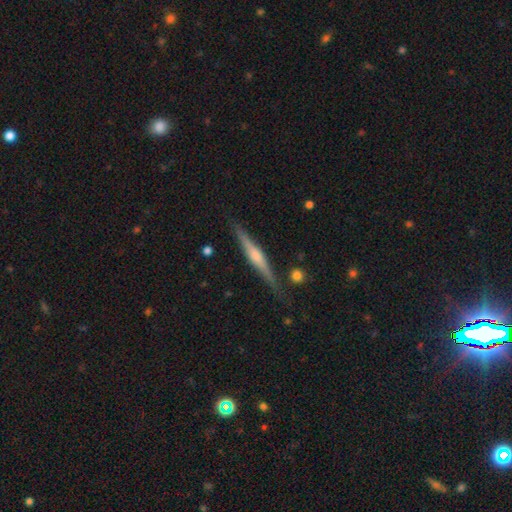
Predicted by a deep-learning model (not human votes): A featured or disk galaxy (70%) viewed edge-on (98%) with a rounded central bulge (72%).

Vote fractions:
- Smooth or featured? featured or disk: 70% / smooth: 24% / star or artifact: 6%
- Edge-on disk? yes: 98% / no: 2%
- Edge-on bulge? rounded: 72% / boxy: 16% / none: 12%
- Merging? none: 85% / minor disturbance: 11% / major disturbance: 2% / merger: 2%